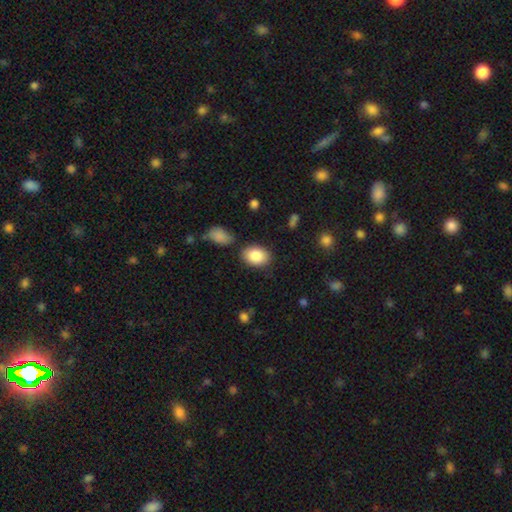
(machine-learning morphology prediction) A smooth galaxy with no disk features (86%) that is in between round and cigar-shaped (82%).

Vote fractions:
- Smooth or featured? smooth: 86% / featured or disk: 7% / star or artifact: 7%
- How rounded? in between: 82% / round: 17% / cigar-shaped: 1%
- Merging? none: 79% / minor disturbance: 13% / merger: 5% / major disturbance: 3%